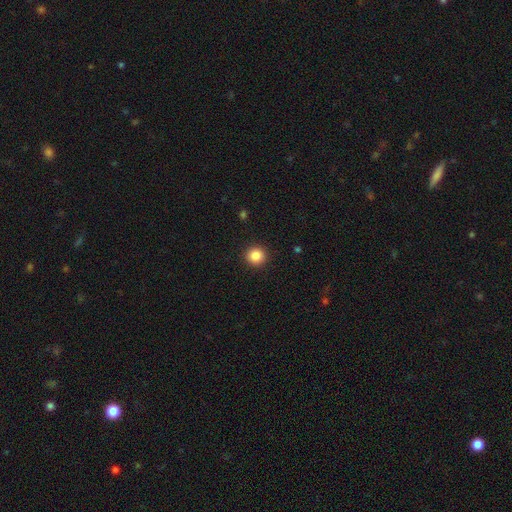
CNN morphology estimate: Smooth or featured? Predicted: smooth (p=0.86). How rounded? Predicted: round (p=0.93). Merging? Predicted: none (p=0.93).